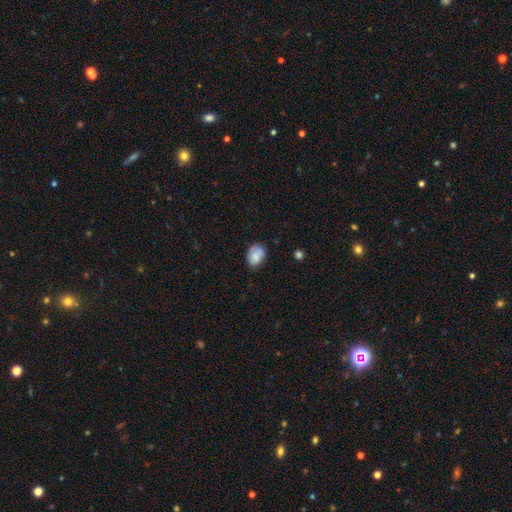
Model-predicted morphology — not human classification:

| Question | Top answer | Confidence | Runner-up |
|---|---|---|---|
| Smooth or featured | smooth | 80% | featured or disk (12%) |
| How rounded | in between | 74% | round (25%) |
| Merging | none | 66% | minor disturbance (26%) |